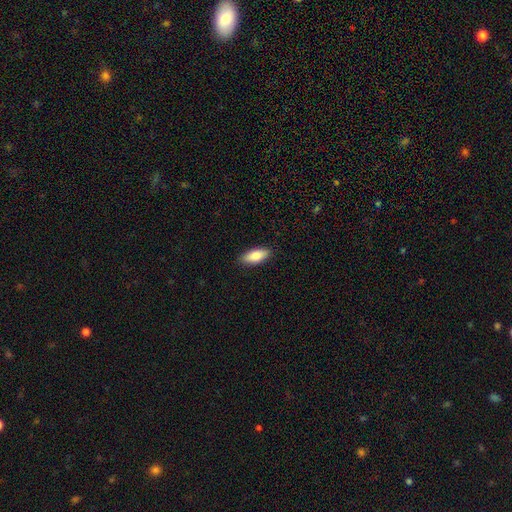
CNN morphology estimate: A smooth galaxy with no disk features (85%) that is in between round and cigar-shaped (80%).

Vote fractions:
- Smooth or featured? smooth: 85% / featured or disk: 10% / star or artifact: 6%
- How rounded? in between: 80% / cigar-shaped: 18% / round: 2%
- Merging? none: 89% / minor disturbance: 8% / major disturbance: 2% / merger: 1%